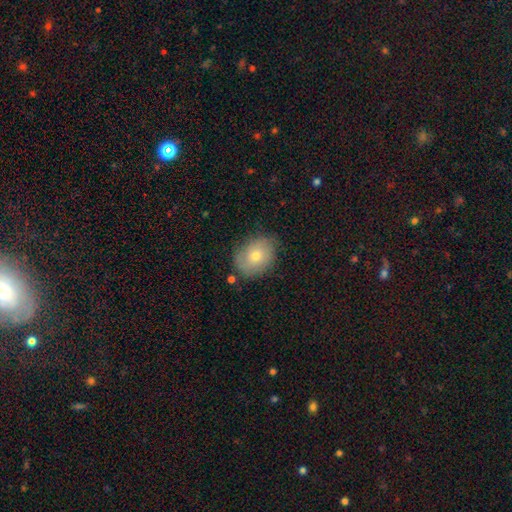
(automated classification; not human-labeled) Overall: smooth (66%; featured or disk 26%). How rounded: in between (54%; round 45%). Merging: none (73%).